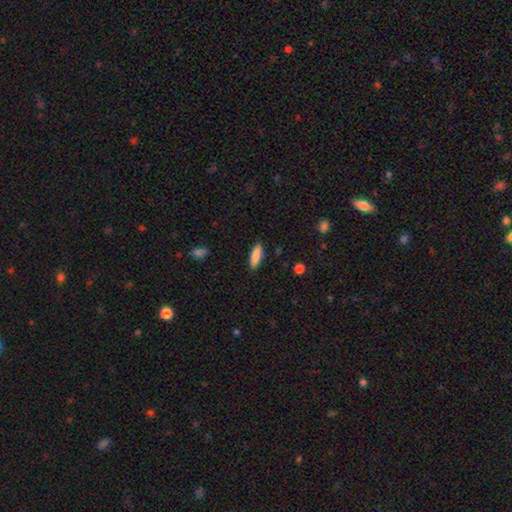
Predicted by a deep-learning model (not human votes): Overall: smooth (85%). How rounded: in between (52%; cigar-shaped 47%). Merging: none (88%).